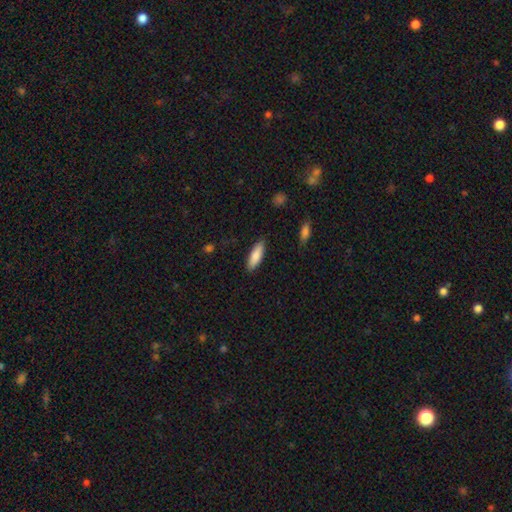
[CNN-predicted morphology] smooth-or-featured: smooth: 84% | featured or disk: 11% | star or artifact: 6%
  how-rounded: in between: 51% | cigar-shaped: 47% | round: 2%
  merging: none: 86% | minor disturbance: 10% | major disturbance: 2% | merger: 1%